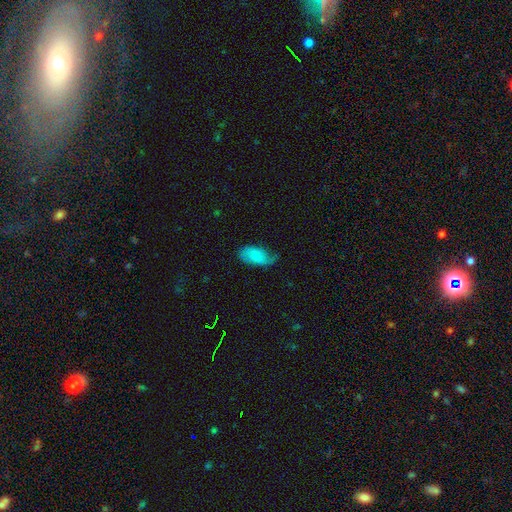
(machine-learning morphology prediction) Overall: smooth (60%; featured or disk 33%). How rounded: in between (93%). Merging: none (46%; minor disturbance 36%).